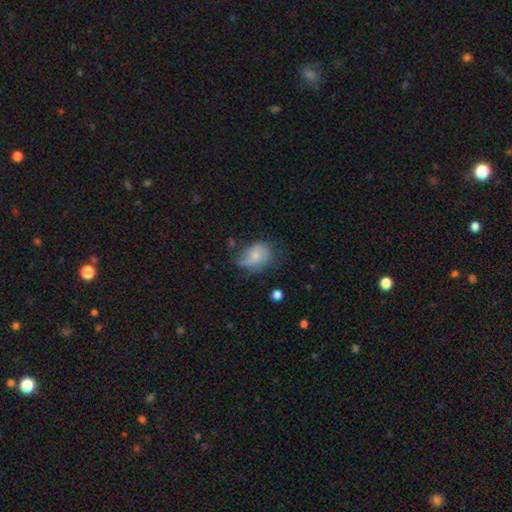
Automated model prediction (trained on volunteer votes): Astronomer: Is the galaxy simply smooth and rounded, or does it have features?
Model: smooth — 58%.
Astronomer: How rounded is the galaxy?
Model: in between — 68%.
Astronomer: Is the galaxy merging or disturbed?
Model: none — 38% (runner-up: minor disturbance, 34%).